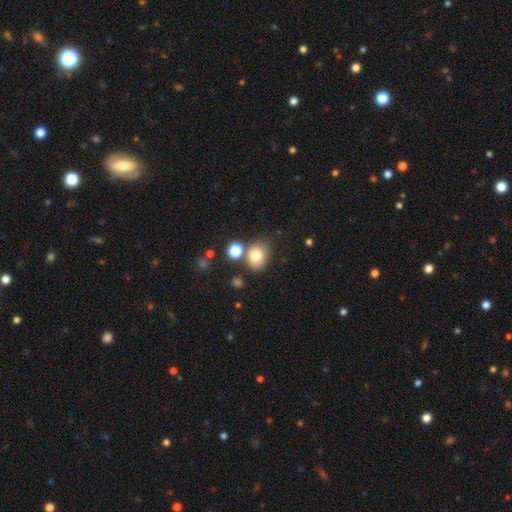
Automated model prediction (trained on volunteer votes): Smooth or featured? smooth (76%)
How rounded? round (53%)
Merging? none (63%)